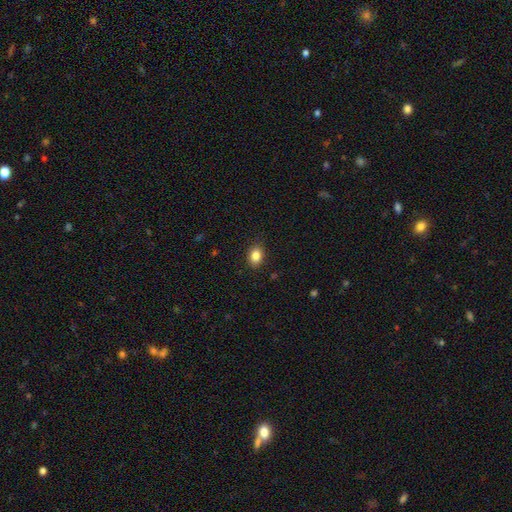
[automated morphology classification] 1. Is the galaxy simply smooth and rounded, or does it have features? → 85% smooth, 9% star or artifact, 5% featured or disk.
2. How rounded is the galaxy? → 71% in between, 27% round, 1% cigar-shaped.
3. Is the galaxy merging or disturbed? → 87% none, 10% minor disturbance, 2% major disturbance, 1% merger.